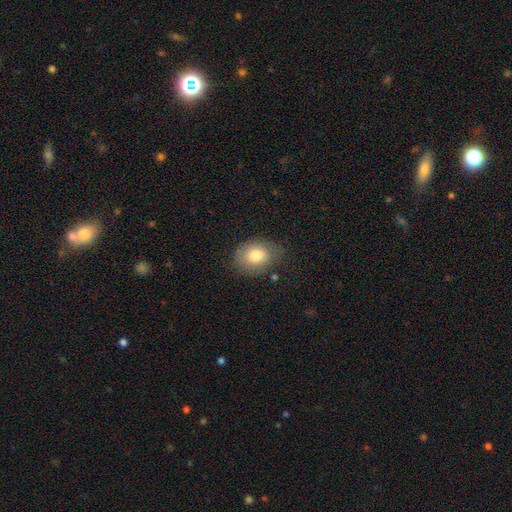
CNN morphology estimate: Smooth or featured? smooth (79%)
How rounded? in between (57%)
Merging? none (70%)